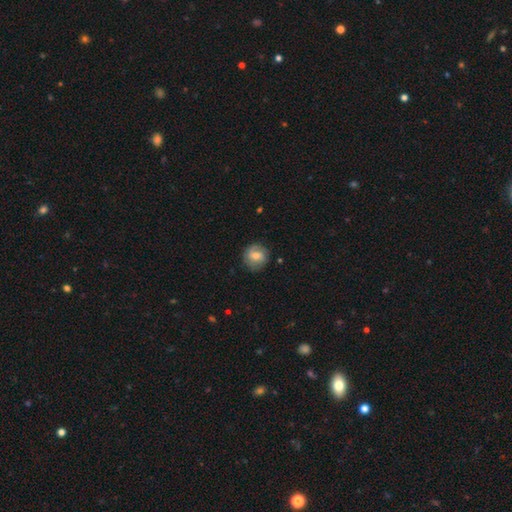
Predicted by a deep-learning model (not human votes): The model was most divided on "smooth or featured": smooth: 52%, featured or disk: 40%, star or artifact: 8%. More confident: how rounded — round (85%); merging — none (77%).